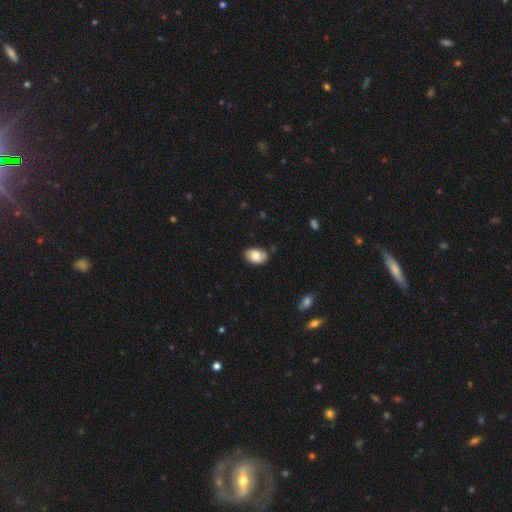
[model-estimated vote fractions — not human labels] The model was most divided on "merging": none: 74%, minor disturbance: 20%, major disturbance: 3%, merger: 2%. More confident: how rounded — in between (91%); smooth or featured — smooth (76%).